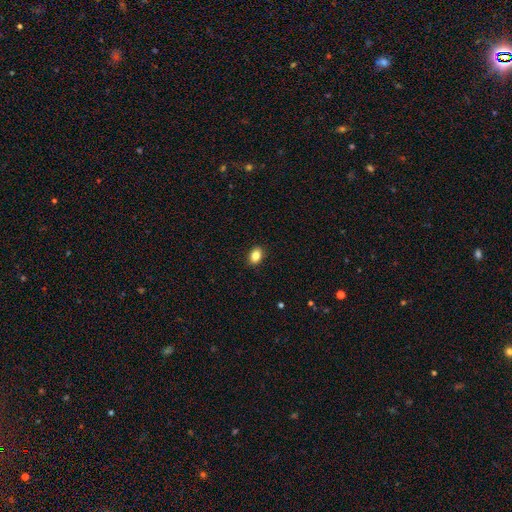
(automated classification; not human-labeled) The model was most divided on "how rounded": in between: 76%, round: 22%, cigar-shaped: 1%. More confident: merging — none (90%); smooth or featured — smooth (86%).